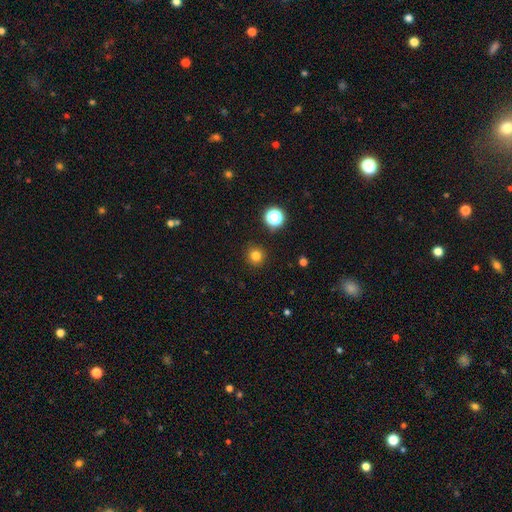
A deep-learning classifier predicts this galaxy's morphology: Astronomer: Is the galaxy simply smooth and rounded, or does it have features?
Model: smooth — 80%.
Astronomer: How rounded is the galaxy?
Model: round — 95%.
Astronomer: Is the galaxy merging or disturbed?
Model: none — 92%.